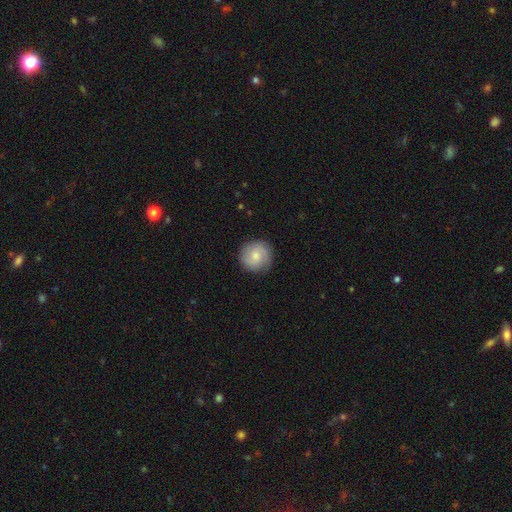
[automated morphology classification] A smooth galaxy with no disk features (60%) that is round (93%).

Vote fractions:
- Smooth or featured? smooth: 60% / featured or disk: 33% / star or artifact: 7%
- How rounded? round: 93% / in between: 6% / cigar-shaped: 1%
- Merging? none: 86% / minor disturbance: 10% / major disturbance: 3% / merger: 1%